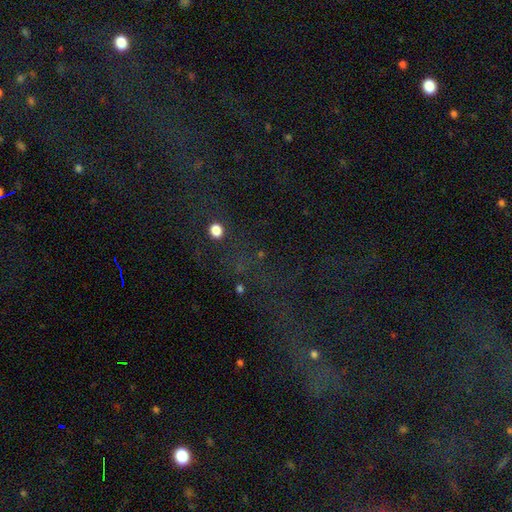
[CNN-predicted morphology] Smooth or featured: star or artifact — 73% (smooth — 13%)